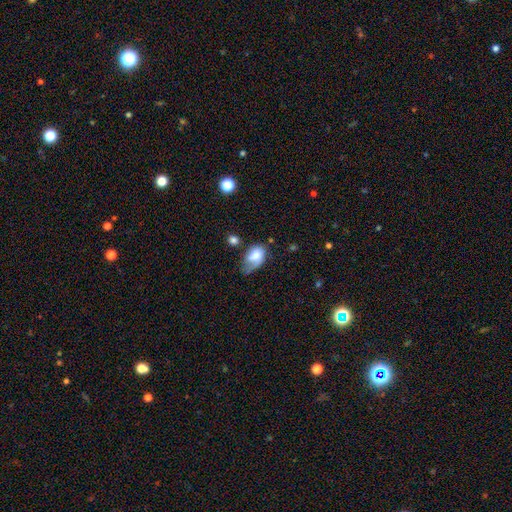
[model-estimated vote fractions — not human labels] smooth_or_featured: smooth (p=0.65) [alt: featured or disk p=0.26]
how_rounded: in between (p=0.87) [alt: round p=0.11]
merging: minor disturbance (p=0.36) [alt: major disturbance p=0.30]